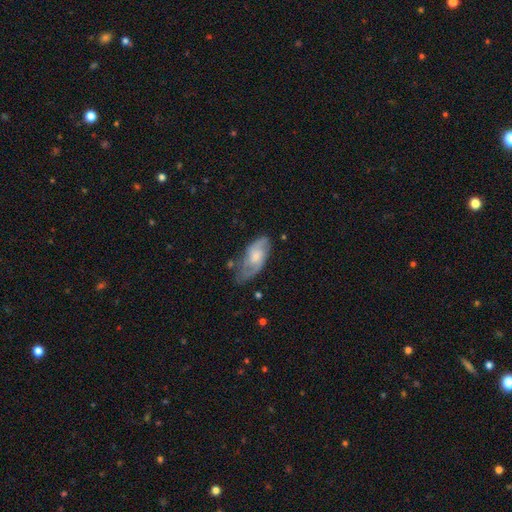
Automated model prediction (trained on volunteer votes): This is likely a featured or disk galaxy (64%). It is clearly not viewed edge-on (92%). Bar: likely no (60%). Spiral arm pattern: clearly yes (86%). Spiral arm count: likely 2 (69%). Spiral winding: possibly medium (47%). Central bulge: marginally moderate (41%). Merging: possibly none (55%).